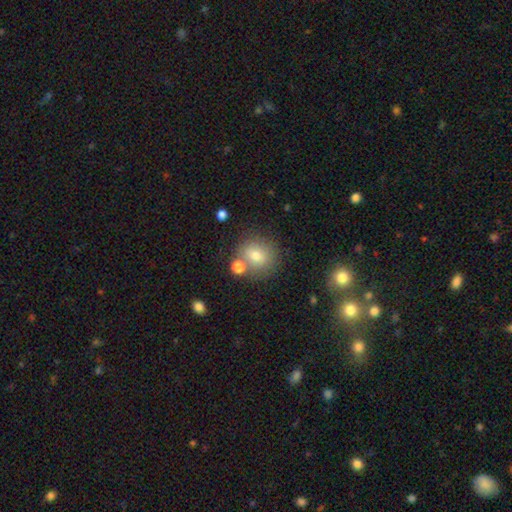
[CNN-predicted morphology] Smooth or featured? Predicted: smooth (p=0.74). How rounded? Predicted: round (p=0.84). Merging? Predicted: none (p=0.72).